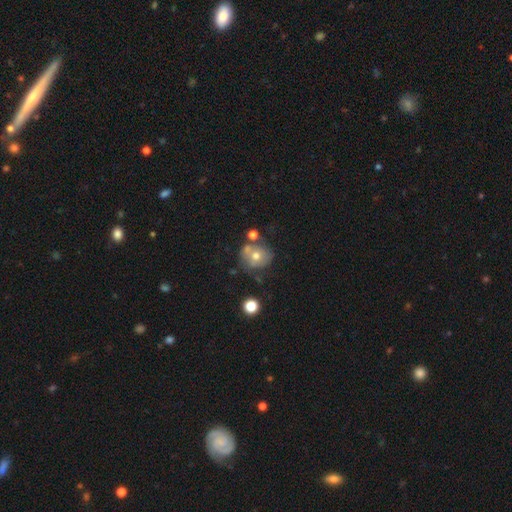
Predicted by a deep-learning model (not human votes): smooth 57%, featured or disk 33%, star or artifact 11%. Down the decision tree: how rounded — round (78%); merging — none (50%).